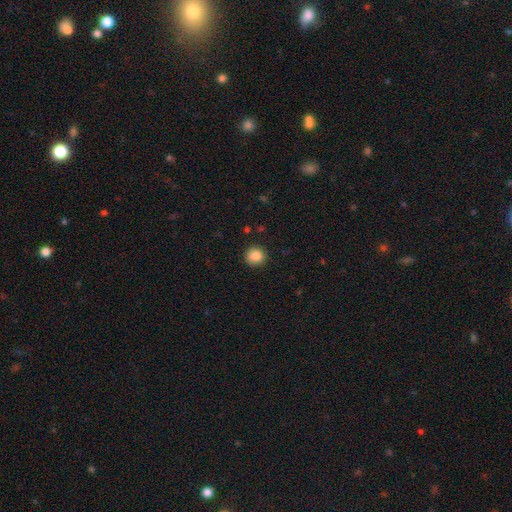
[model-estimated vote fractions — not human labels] Morphology: type=smooth (86%); roundness=round (92%); merging=none (89%).